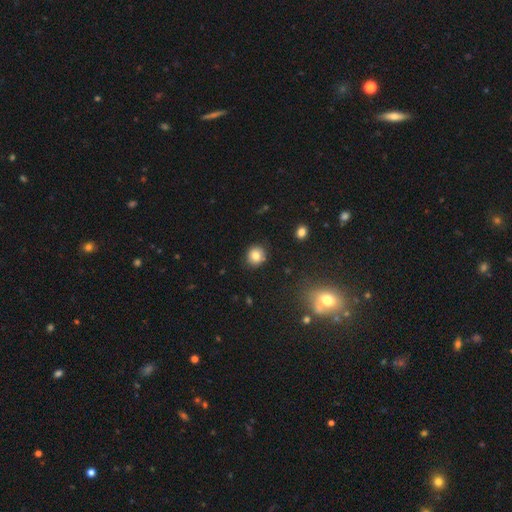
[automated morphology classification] This appears to be a smooth galaxy with no disk features (81%) that is round (86%). Merging: none (87%).